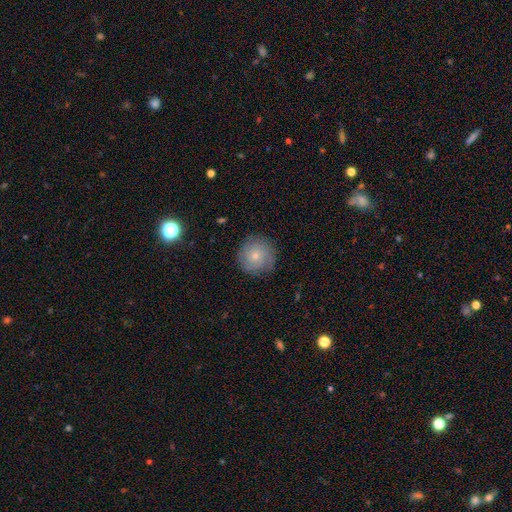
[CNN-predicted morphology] Smooth or featured?
  - smooth: 52% *
  - featured or disk: 39%
  - star or artifact: 9%
How rounded?
  - round: 94% *
  - in between: 5%
  - cigar-shaped: 1%
Merging?
  - none: 83% *
  - minor disturbance: 12%
  - major disturbance: 4%
  - merger: 1%